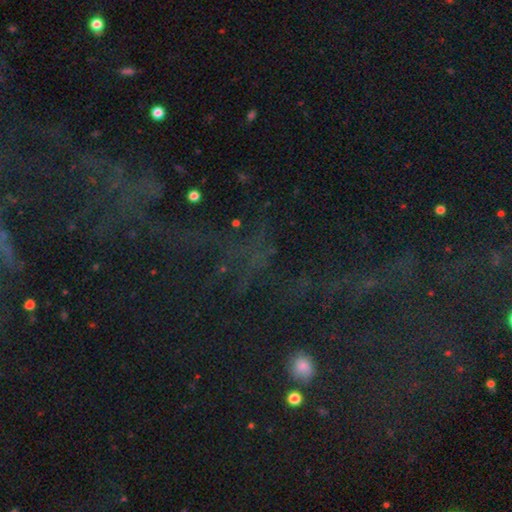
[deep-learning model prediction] The model was most divided on "smooth or featured": star or artifact: 70%, smooth: 17%, featured or disk: 13%.